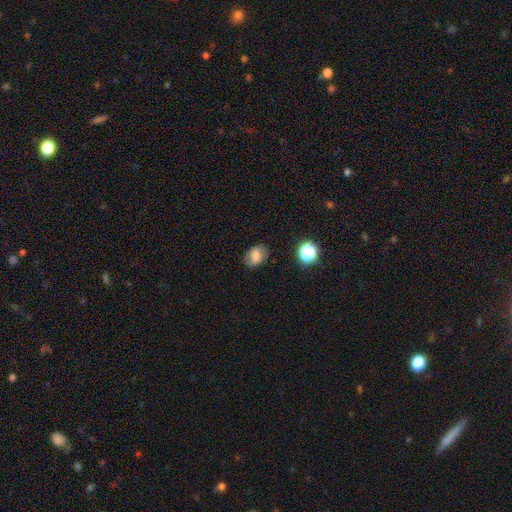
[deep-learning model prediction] This is likely a smooth galaxy (68%). How rounded: likely in between (74%). Merging: likely none (76%).